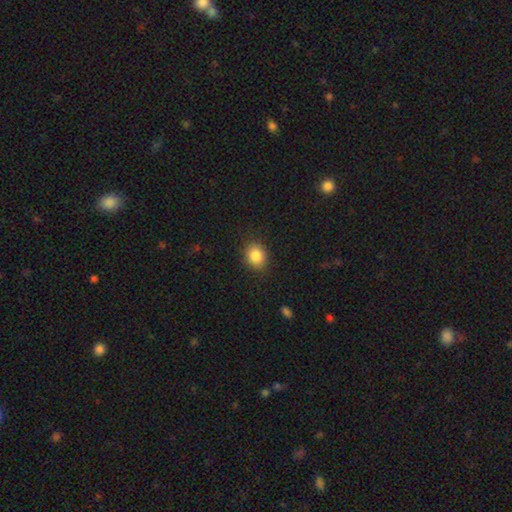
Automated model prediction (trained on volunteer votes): The model was most divided on "how rounded": round: 58%, in between: 41%, cigar-shaped: 1%. More confident: merging — none (86%); smooth or featured — smooth (85%).